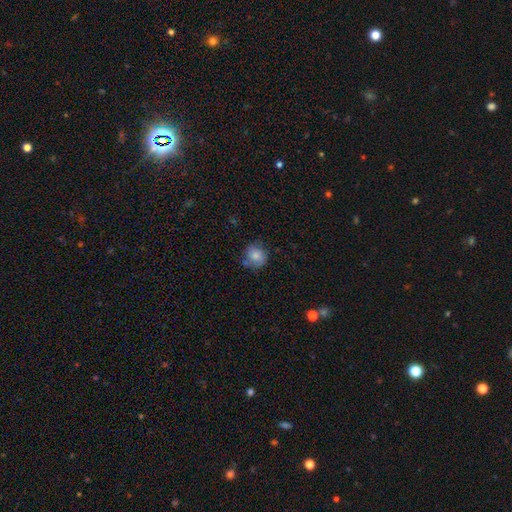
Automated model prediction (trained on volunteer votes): Smooth or featured?
  - smooth: 76% *
  - featured or disk: 16%
  - star or artifact: 9%
How rounded?
  - round: 81% *
  - in between: 18%
  - cigar-shaped: 1%
Merging?
  - none: 64% *
  - minor disturbance: 23%
  - merger: 7%
  - major disturbance: 6%